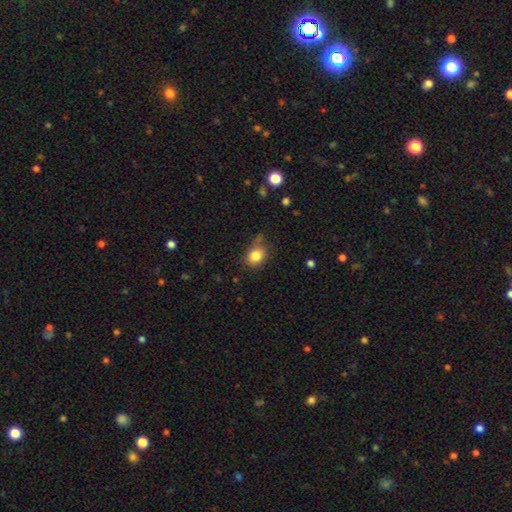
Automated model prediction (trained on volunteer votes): The model was most divided on "how rounded": round: 52%, in between: 47%, cigar-shaped: 1%. More confident: smooth or featured — smooth (83%); merging — none (54%).